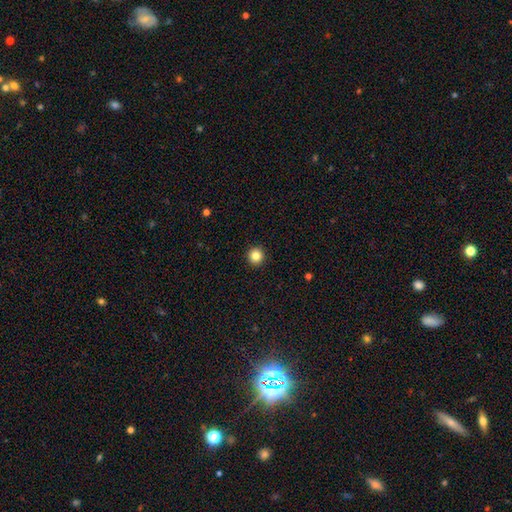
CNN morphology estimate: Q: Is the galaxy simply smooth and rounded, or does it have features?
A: smooth — 84%.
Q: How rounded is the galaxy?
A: round — 95%.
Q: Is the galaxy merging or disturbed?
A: none — 94%.